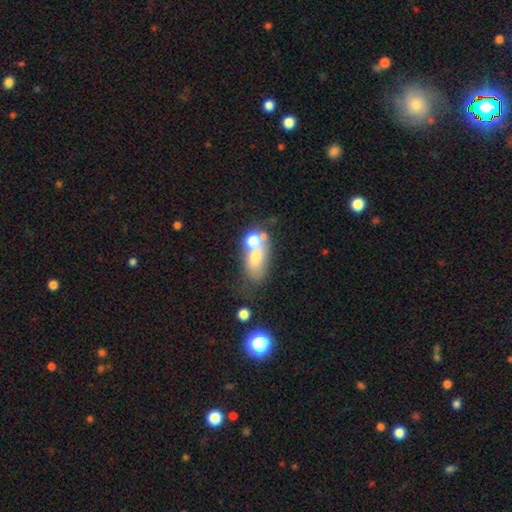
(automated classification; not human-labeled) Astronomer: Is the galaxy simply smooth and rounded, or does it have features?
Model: smooth — 60%.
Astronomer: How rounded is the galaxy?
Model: in between — 74%.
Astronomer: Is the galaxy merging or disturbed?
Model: merger — 40% (runner-up: none, 35%).